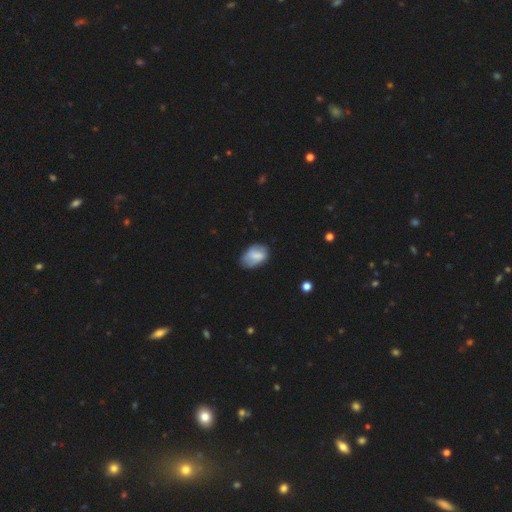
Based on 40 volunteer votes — A smooth galaxy with no disk features (60%) that is in between round and cigar-shaped (96%). Merging: none (62%).